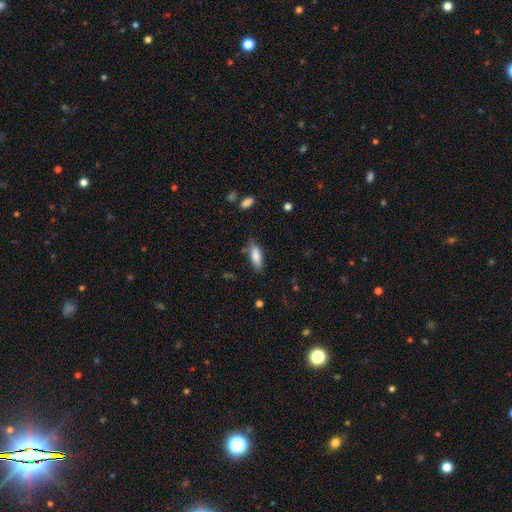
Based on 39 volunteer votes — This appears to be a smooth galaxy with no disk features (87%) that is in between round and cigar-shaped (56%). Merging: none (70%).